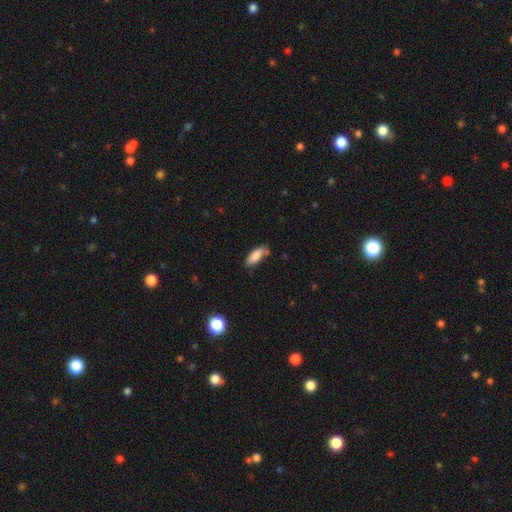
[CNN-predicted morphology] smooth_or_featured: smooth (p=0.86) [alt: featured or disk p=0.07]
how_rounded: in between (p=0.79) [alt: cigar-shaped p=0.19]
merging: none (p=0.71) [alt: minor disturbance p=0.21]